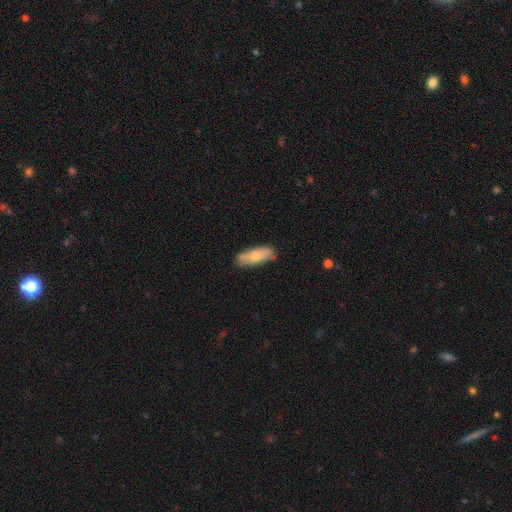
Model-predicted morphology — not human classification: This is likely a smooth galaxy (72%). How rounded: likely in between (66%). Merging: likely none (78%).